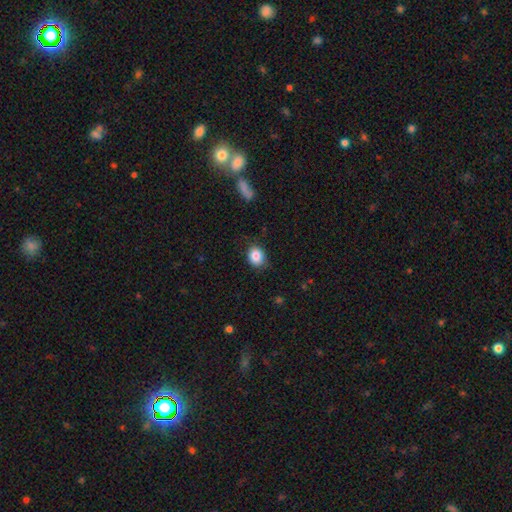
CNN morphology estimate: This is clearly a smooth galaxy (84%). How rounded: possibly round (55%). Merging: likely none (79%).